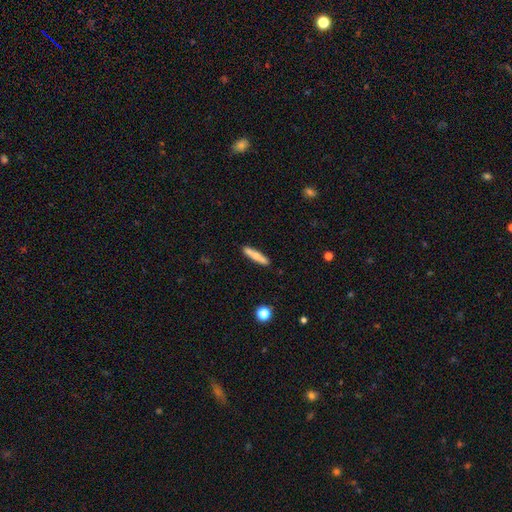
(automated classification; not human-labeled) This appears to be a smooth galaxy with no disk features (65%) that is cigar-shaped (89%). Merging: none (86%).